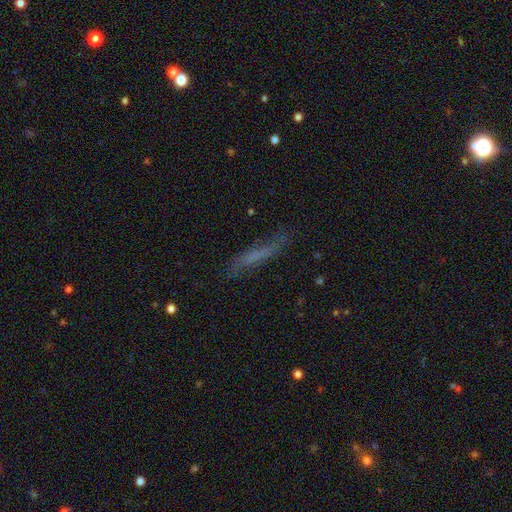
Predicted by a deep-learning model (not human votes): Smooth or featured?
  - smooth: 46% *
  - featured or disk: 42%
  - star or artifact: 12%
Merging?
  - none: 65% *
  - minor disturbance: 22%
  - major disturbance: 10%
  - merger: 2%